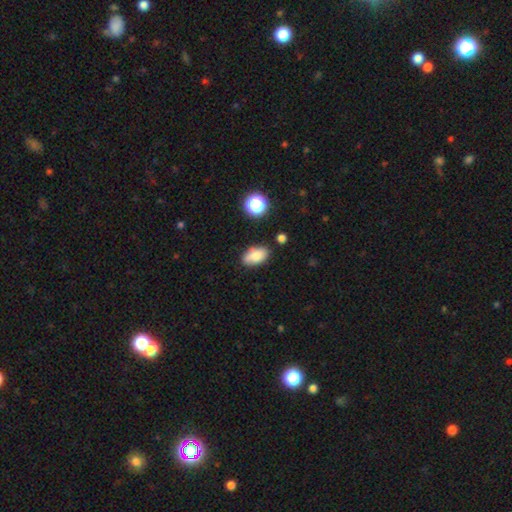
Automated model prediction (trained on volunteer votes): Smooth or featured?
  - smooth: 79% *
  - featured or disk: 11%
  - star or artifact: 10%
How rounded?
  - in between: 90% *
  - round: 7%
  - cigar-shaped: 2%
Merging?
  - none: 78% *
  - minor disturbance: 16%
  - merger: 4%
  - major disturbance: 3%